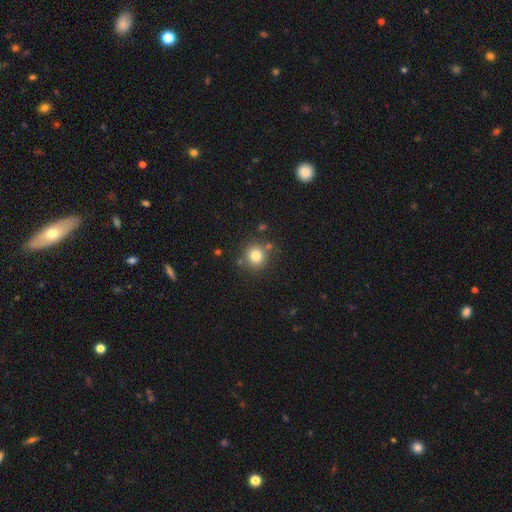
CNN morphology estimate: Overall: smooth (79%). How rounded: round (92%). Merging: none (81%).